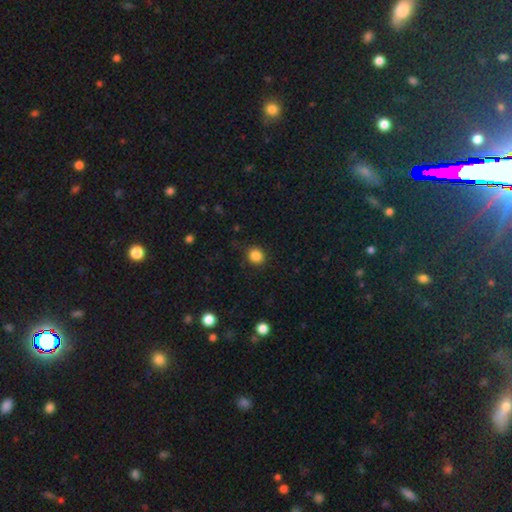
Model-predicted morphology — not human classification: The model was most divided on "smooth or featured": smooth: 85%, star or artifact: 11%, featured or disk: 4%. More confident: merging — none (87%); how rounded — round (87%).